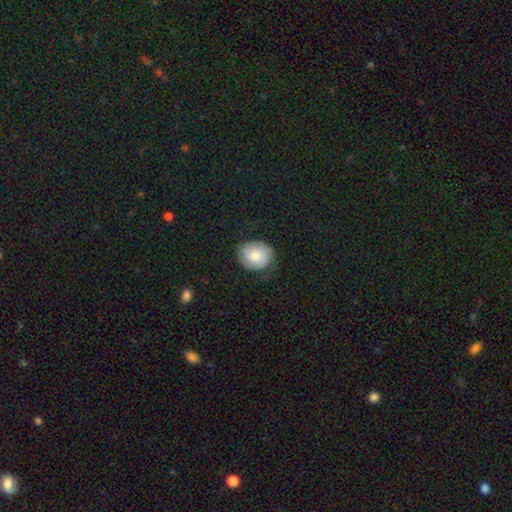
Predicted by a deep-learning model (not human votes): Overall: smooth (54%; featured or disk 39%). How rounded: round (67%; in between 32%). Merging: none (75%).